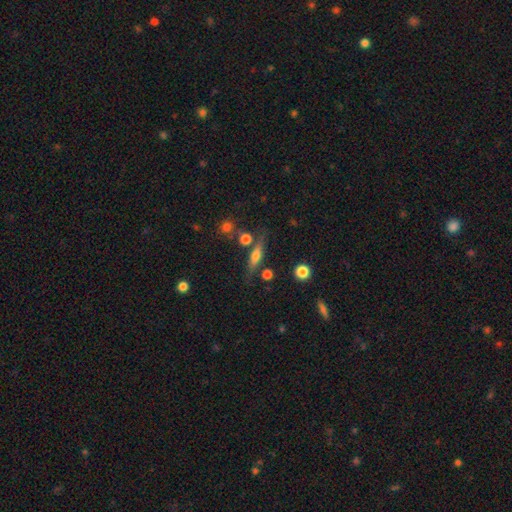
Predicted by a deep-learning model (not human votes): Smooth or featured: featured or disk — 50% (smooth — 41%)
Edge-on disk: yes — 91% (no — 9%)
Merging: none — 75% (minor disturbance — 13%)